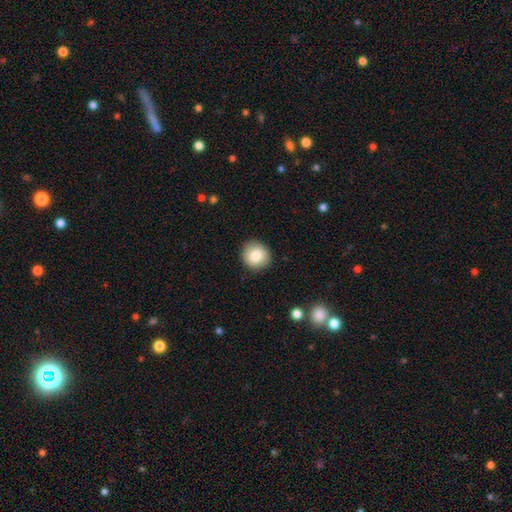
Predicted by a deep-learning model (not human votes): This appears to be a smooth galaxy with no disk features (84%) that is round (88%). Merging: none (90%).